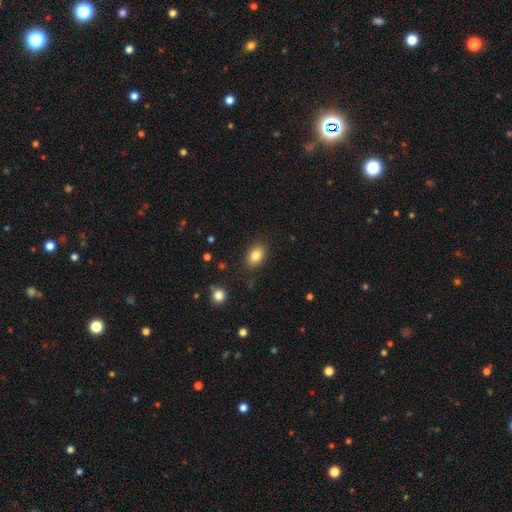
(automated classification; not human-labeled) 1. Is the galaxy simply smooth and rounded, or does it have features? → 83% smooth, 9% star or artifact, 8% featured or disk.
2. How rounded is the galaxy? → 82% in between, 17% round, 1% cigar-shaped.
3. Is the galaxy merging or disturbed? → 85% none, 10% minor disturbance, 3% major disturbance, 2% merger.